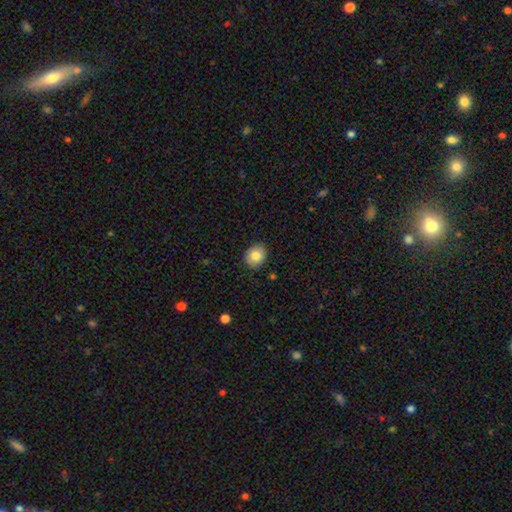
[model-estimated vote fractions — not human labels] The model was most divided on "how rounded": round: 64%, in between: 35%, cigar-shaped: 1%. More confident: merging — none (87%); smooth or featured — smooth (82%).